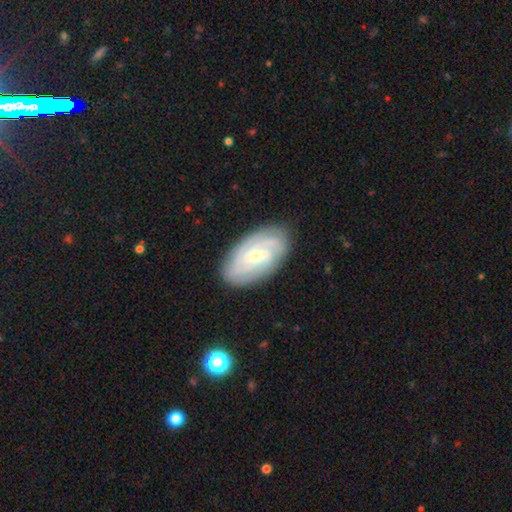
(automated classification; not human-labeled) Smooth or featured?
  - featured or disk: 78% *
  - smooth: 16%
  - star or artifact: 6%
Edge-on disk?
  - no: 95% *
  - yes: 5%
Bar?
  - weak: 52% *
  - no: 26%
  - strong: 22%
Spiral arms?
  - yes: 93% *
  - no: 7%
Spiral winding?
  - tight: 64% *
  - medium: 28%
  - loose: 8%
Spiral arm count?
  - can't tell: 34% *
  - 2: 28%
  - 3: 21%
  - 4: 9%
  - 1: 4%
  - more than 4: 4%
Bulge size?
  - small: 55% *
  - moderate: 41%
  - large: 2%
  - none: 1%
  - dominant: 1%
Merging?
  - none: 82% *
  - minor disturbance: 14%
  - major disturbance: 3%
  - merger: 1%